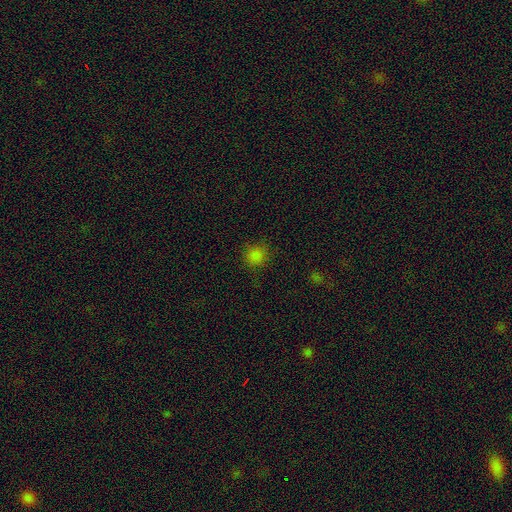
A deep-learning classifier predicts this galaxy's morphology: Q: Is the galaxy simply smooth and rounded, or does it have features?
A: smooth — 81%.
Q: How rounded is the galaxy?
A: round — 88%.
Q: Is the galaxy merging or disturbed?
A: none — 85%.